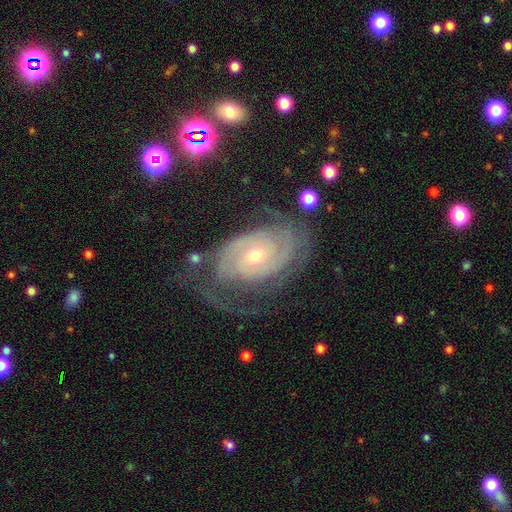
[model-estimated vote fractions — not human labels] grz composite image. It shows a featured or disk galaxy (88%) with no bar (68%), 2 (48%) tight (68%) spiral arms (97%) and a small central bulge (56%). Merging: none (64%).